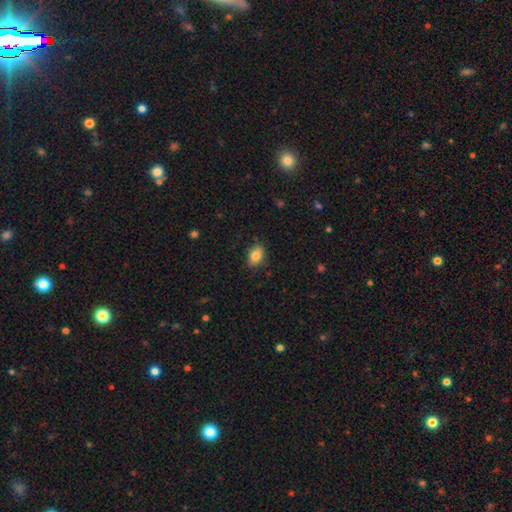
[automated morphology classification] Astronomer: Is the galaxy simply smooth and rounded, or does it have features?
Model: smooth — 82%.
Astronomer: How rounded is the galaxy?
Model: in between — 81%.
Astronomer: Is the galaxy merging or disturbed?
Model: none — 83%.